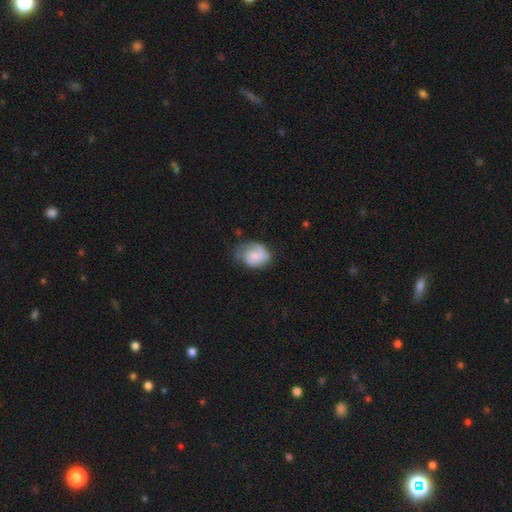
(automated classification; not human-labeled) smooth_or_featured: featured or disk (p=0.56) [alt: smooth p=0.36]
disk_edge_on: no (p=0.98) [alt: yes p=0.02]
bar: no (p=0.64) [alt: weak p=0.31]
has_spiral_arms: yes (p=0.87) [alt: no p=0.13]
bulge_size: small (p=0.35) [alt: none p=0.32]
merging: none (p=0.52) [alt: minor disturbance p=0.29]